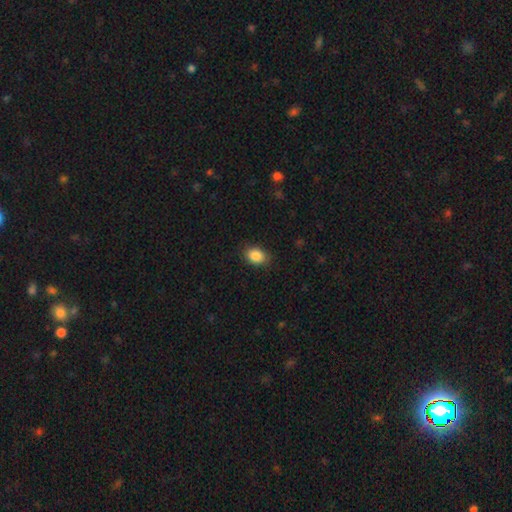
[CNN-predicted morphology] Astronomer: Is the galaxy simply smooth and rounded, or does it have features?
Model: smooth — 88%.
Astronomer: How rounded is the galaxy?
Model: in between — 79%.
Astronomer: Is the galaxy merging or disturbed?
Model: none — 84%.